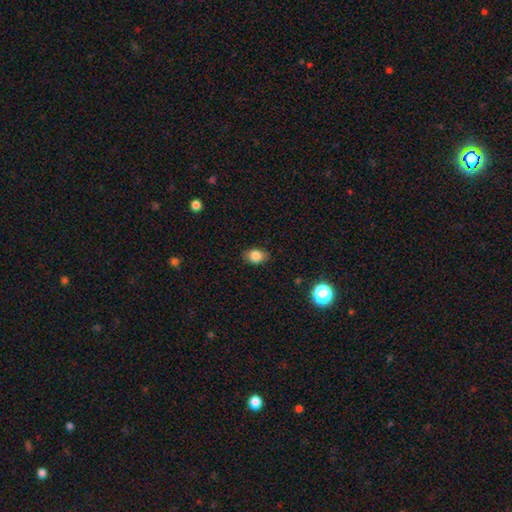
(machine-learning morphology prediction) The model was most divided on "how rounded": in between: 72%, round: 26%, cigar-shaped: 1%. More confident: merging — none (83%); smooth or featured — smooth (82%).